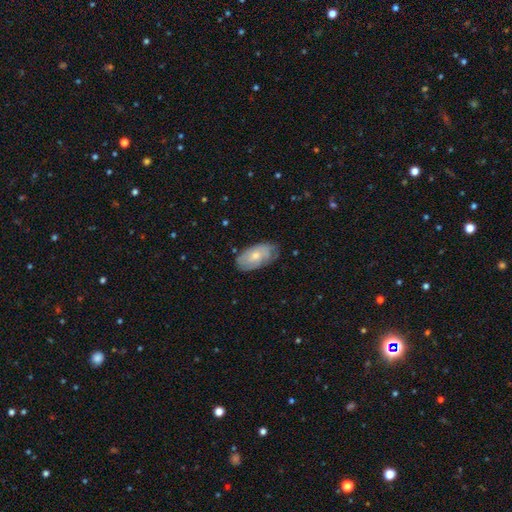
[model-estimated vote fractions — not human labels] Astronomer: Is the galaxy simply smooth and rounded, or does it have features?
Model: smooth — 52% (runner-up: featured or disk, 42%).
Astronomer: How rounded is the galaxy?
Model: in between — 93%.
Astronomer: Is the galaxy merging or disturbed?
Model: none — 68%.